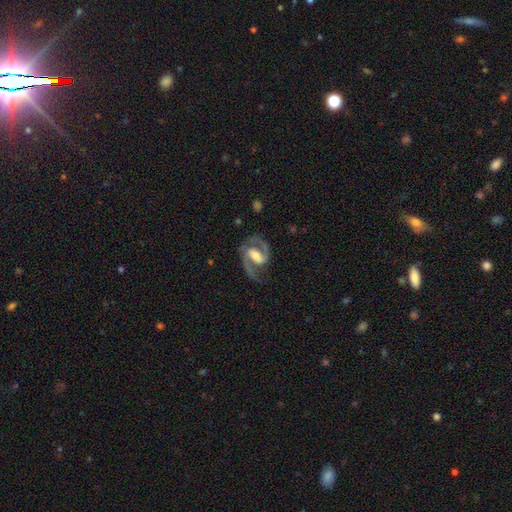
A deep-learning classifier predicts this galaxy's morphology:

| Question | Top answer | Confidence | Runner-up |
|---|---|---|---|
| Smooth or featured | featured or disk | 91% | smooth (5%) |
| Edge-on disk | no | 98% | yes (2%) |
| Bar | weak | 43% | strong (41%) |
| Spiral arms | yes | 97% | no (3%) |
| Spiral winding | medium | 62% | tight (23%) |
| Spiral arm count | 2 | 92% | 1 (3%) |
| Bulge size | moderate | 54% | small (21%) |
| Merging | none | 75% | minor disturbance (15%) |